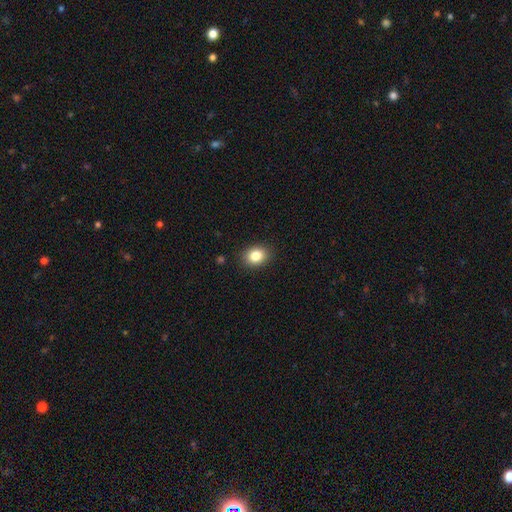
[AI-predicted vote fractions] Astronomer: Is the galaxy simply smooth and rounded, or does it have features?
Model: smooth — 84%.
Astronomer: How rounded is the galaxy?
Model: in between — 52% (runner-up: round, 48%).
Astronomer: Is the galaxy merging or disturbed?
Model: none — 89%.